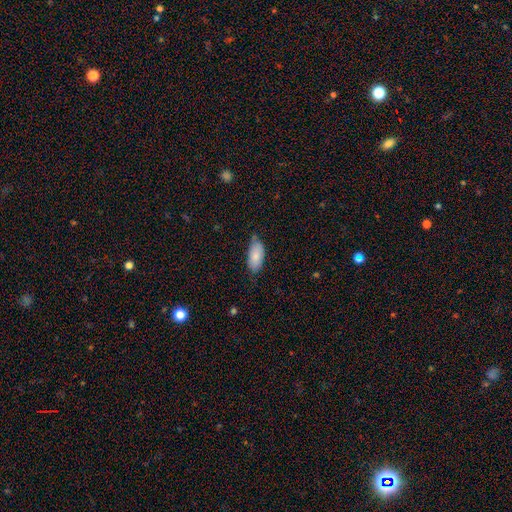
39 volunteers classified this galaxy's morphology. Overall: smooth (92%). How rounded: in between (97%). Merging: none (61%; minor disturbance 29%).